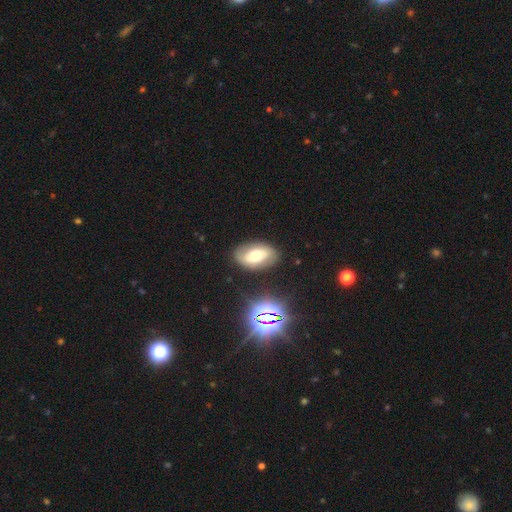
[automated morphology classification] Overall: smooth (47%; featured or disk 41%). Merging: none (83%).